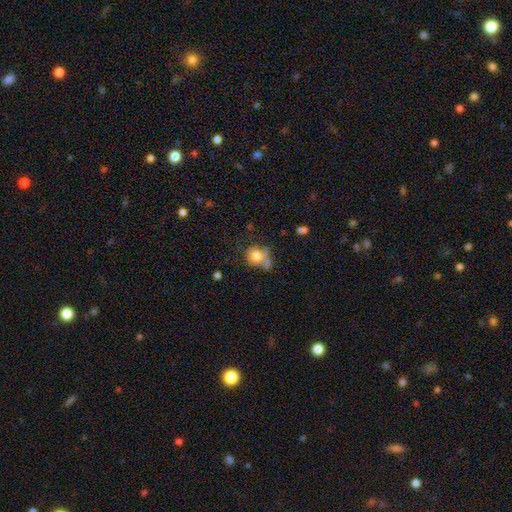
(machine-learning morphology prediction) The model was most divided on "merging": none: 40%, merger: 25%, minor disturbance: 22%, major disturbance: 13%. More confident: smooth or featured — smooth (74%); how rounded — round (70%).